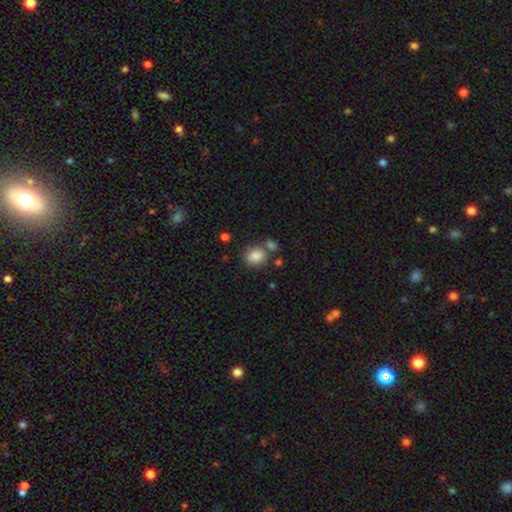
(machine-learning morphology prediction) smooth_or_featured: smooth (p=0.86) [alt: star or artifact p=0.09]
how_rounded: round (p=0.71) [alt: in between p=0.28]
merging: none (p=0.65) [alt: merger p=0.19]